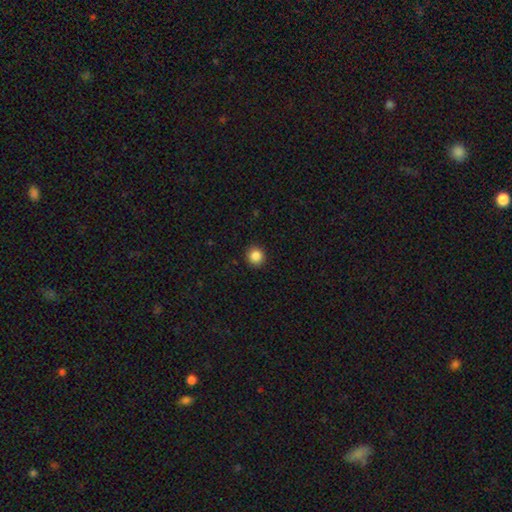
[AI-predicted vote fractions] Overall: smooth (86%). How rounded: round (93%). Merging: none (92%).